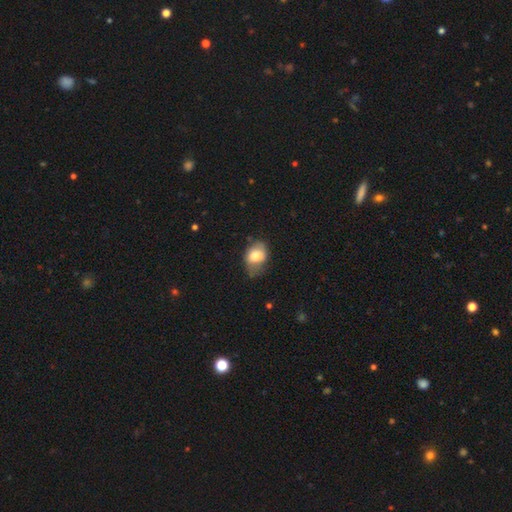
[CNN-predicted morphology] Smooth or featured? Predicted: smooth (p=0.74). How rounded? Predicted: in between (p=0.74). Merging? Predicted: none (p=0.51).